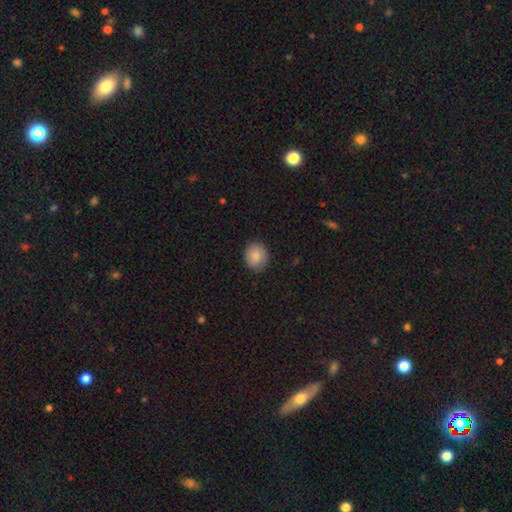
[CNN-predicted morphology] Smooth or featured: smooth — 85% (featured or disk — 8%)
How rounded: round — 76% (in between — 24%)
Merging: none — 88% (minor disturbance — 9%)